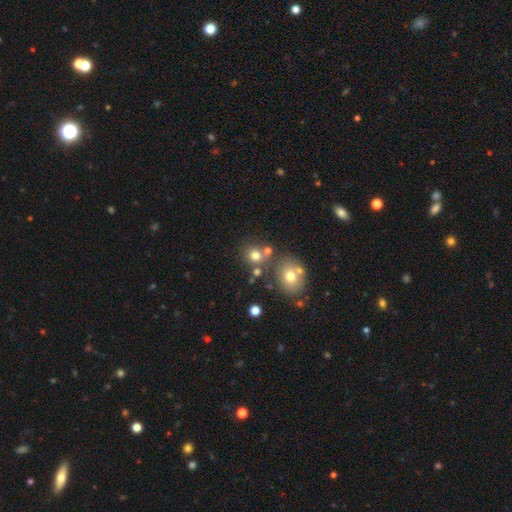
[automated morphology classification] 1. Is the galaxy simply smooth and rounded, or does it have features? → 73% smooth, 16% star or artifact, 12% featured or disk.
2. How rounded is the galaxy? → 82% round, 17% in between, 1% cigar-shaped.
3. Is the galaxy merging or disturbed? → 60% none, 26% merger, 10% minor disturbance, 5% major disturbance.